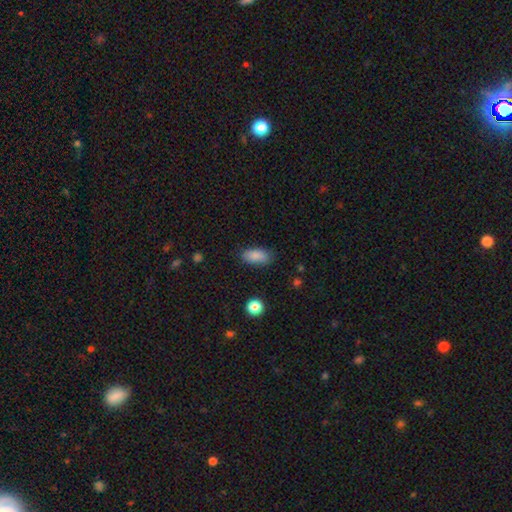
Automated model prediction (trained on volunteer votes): smooth 87%, star or artifact 8%, featured or disk 5%. Down the decision tree: how rounded — in between (89%); merging — none (82%).